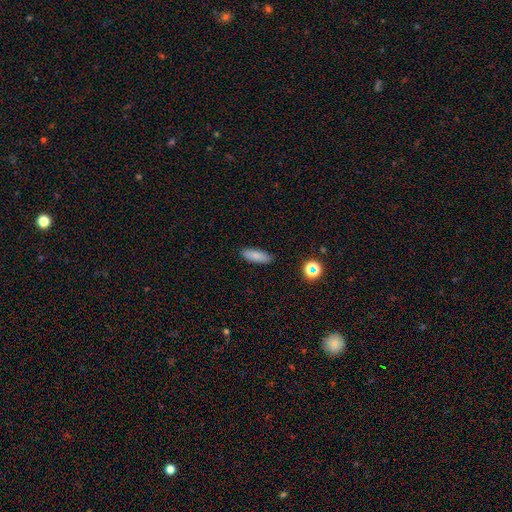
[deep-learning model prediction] Q: Smooth or featured?
A: smooth (83%); runner-up: star or artifact (9%)
Q: How rounded?
A: in between (61%); runner-up: cigar-shaped (37%)
Q: Merging?
A: none (88%); runner-up: minor disturbance (9%)